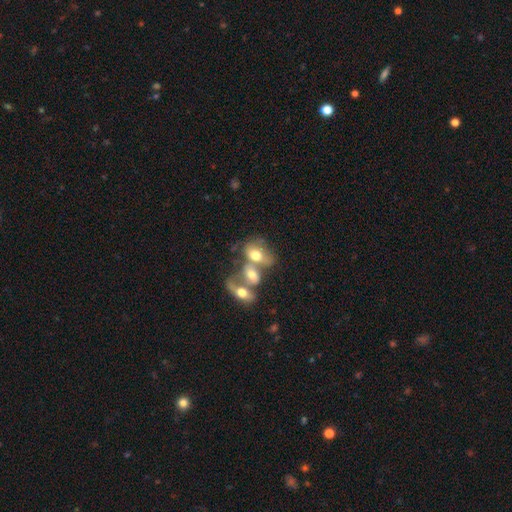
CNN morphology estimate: smooth 59%, featured or disk 32%, star or artifact 9%. Down the decision tree: how rounded — in between (82%); merging — merger (67%).